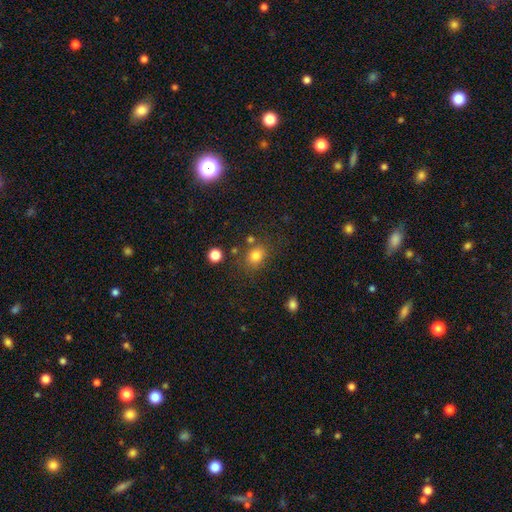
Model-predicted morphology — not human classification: This appears to be a smooth galaxy with no disk features (80%) that is round (56%). Merging: none (73%).